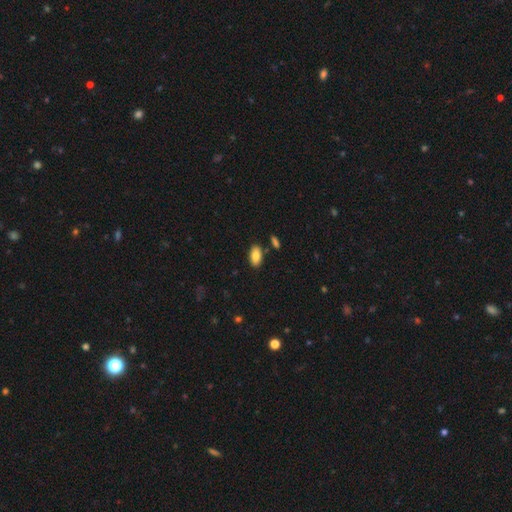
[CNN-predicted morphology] smooth 84%, featured or disk 9%, star or artifact 7%. Down the decision tree: how rounded — in between (93%); merging — none (85%).